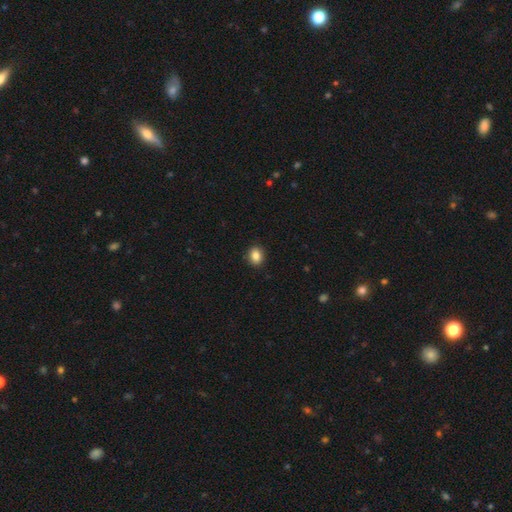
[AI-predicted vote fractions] smooth-or-featured: smooth: 86% | star or artifact: 10% | featured or disk: 4%
  how-rounded: round: 54% | in between: 45% | cigar-shaped: 1%
  merging: none: 91% | minor disturbance: 6% | major disturbance: 2% | merger: 1%